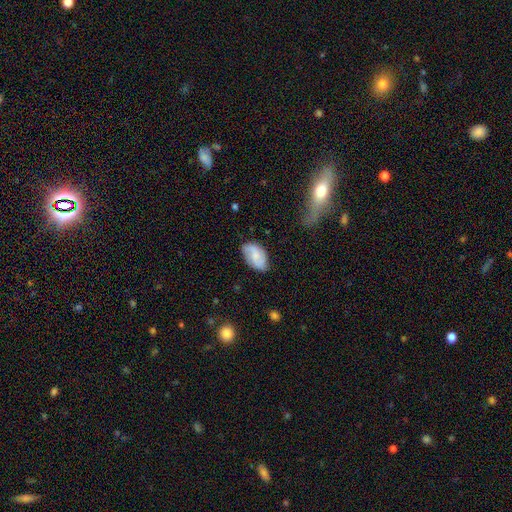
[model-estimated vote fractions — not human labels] Smooth or featured: smooth — 48% (featured or disk — 45%)
Merging: none — 72% (minor disturbance — 21%)